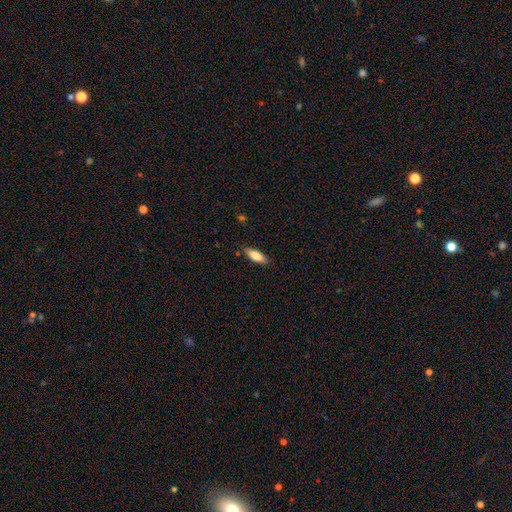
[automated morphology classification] Overall: smooth (81%). How rounded: in between (60%; cigar-shaped 39%). Merging: none (85%).